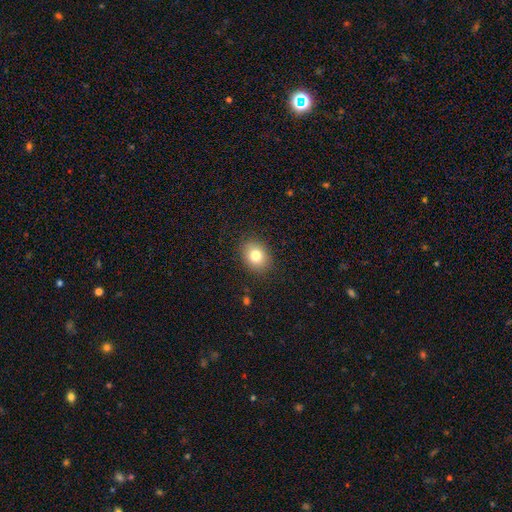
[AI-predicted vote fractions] Morphology: type=smooth (80%); roundness=round (51%); merging=none (88%).